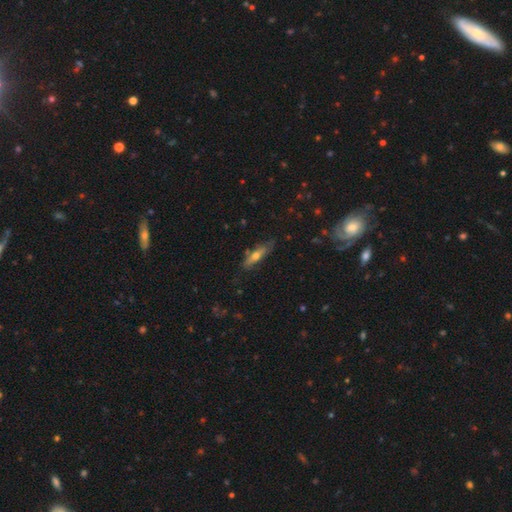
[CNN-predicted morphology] Smooth or featured?
  - smooth: 53% *
  - featured or disk: 41%
  - star or artifact: 7%
How rounded?
  - cigar-shaped: 59% *
  - in between: 39%
  - round: 3%
Merging?
  - none: 71% *
  - minor disturbance: 22%
  - major disturbance: 5%
  - merger: 2%